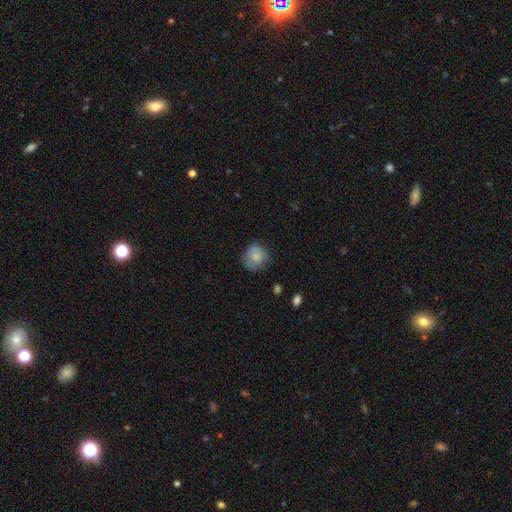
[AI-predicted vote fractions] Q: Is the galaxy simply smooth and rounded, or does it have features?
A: smooth — 77%.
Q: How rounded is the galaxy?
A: round — 83%.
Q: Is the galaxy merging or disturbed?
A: none — 66%.